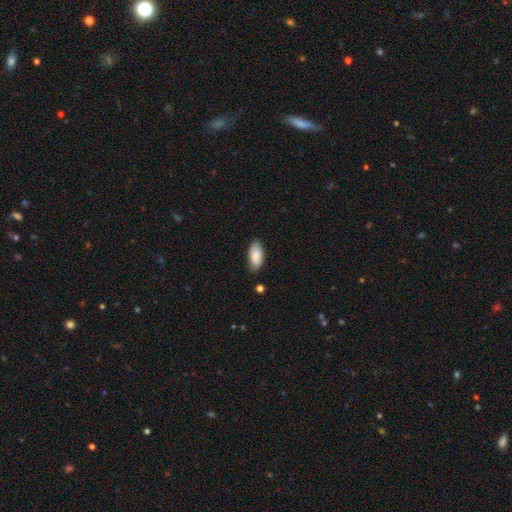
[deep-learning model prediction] Q: Smooth or featured?
A: smooth (85%); runner-up: featured or disk (8%)
Q: How rounded?
A: in between (91%); runner-up: cigar-shaped (7%)
Q: Merging?
A: none (77%); runner-up: minor disturbance (18%)